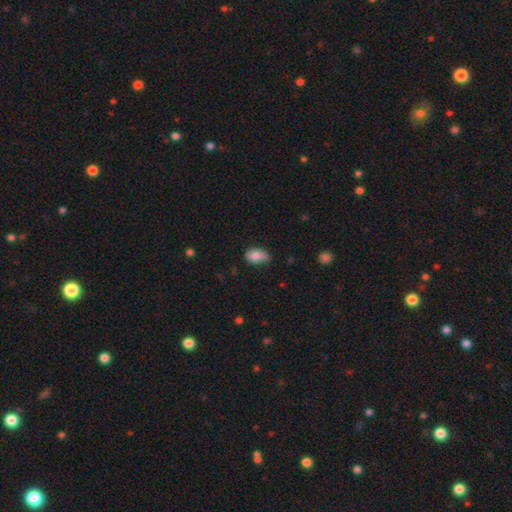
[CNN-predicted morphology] This appears to be a smooth galaxy with no disk features (74%) that is in between round and cigar-shaped (84%). Merging: none (57%).